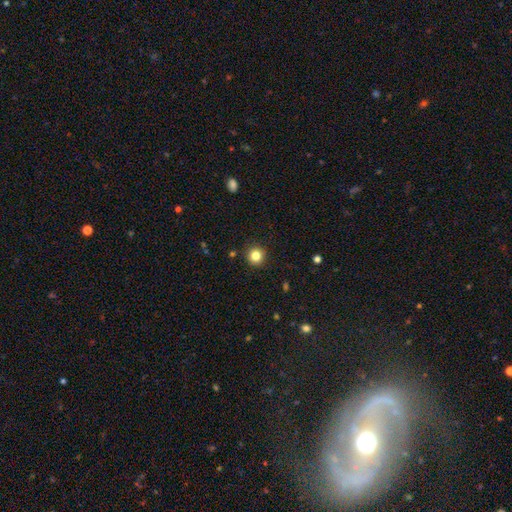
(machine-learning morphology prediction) Overall: smooth (83%). How rounded: round (95%). Merging: none (92%).